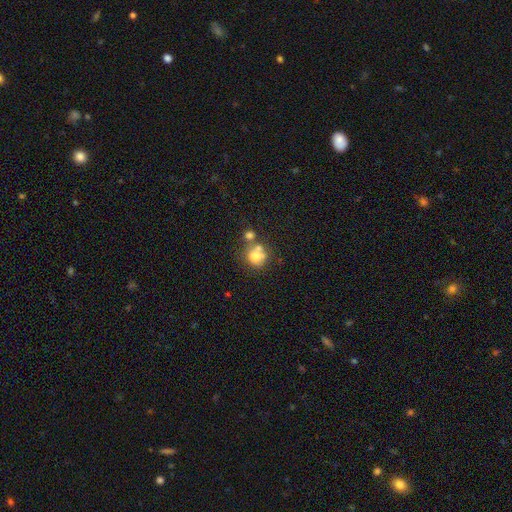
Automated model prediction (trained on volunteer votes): Q: Smooth or featured?
A: smooth (69%); runner-up: featured or disk (18%)
Q: How rounded?
A: round (83%); runner-up: in between (16%)
Q: Merging?
A: none (46%); runner-up: merger (38%)